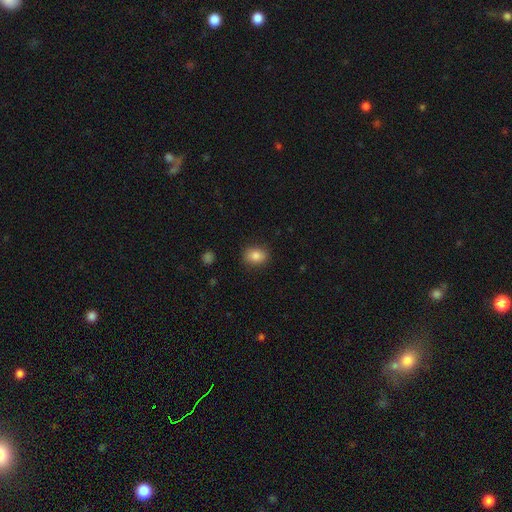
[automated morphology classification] Smooth or featured? smooth (84%)
How rounded? in between (57%)
Merging? none (86%)